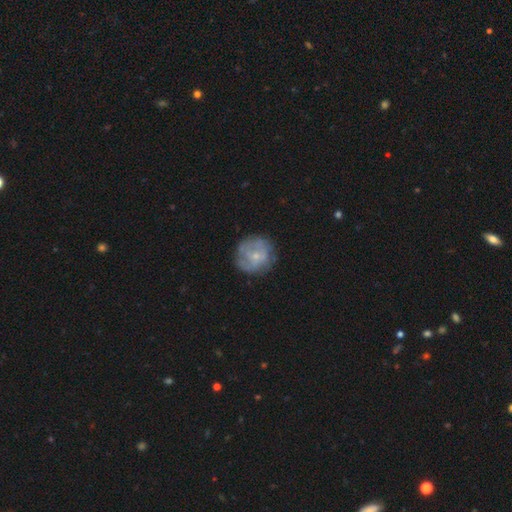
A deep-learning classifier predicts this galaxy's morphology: Smooth or featured? Predicted: featured or disk (p=0.52). Edge-on disk? Predicted: no (p=0.98). Bar? Predicted: no (p=0.76). Spiral arms? Predicted: yes (p=0.50, tied with no). Bulge size? Predicted: small (p=0.69). Merging? Predicted: none (p=0.70).